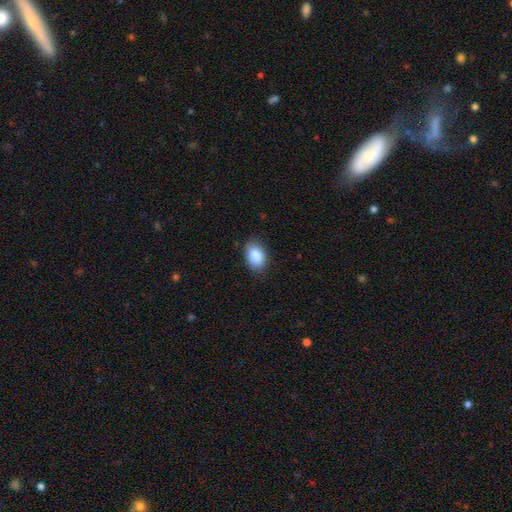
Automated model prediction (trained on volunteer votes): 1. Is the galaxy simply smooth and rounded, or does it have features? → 88% smooth, 7% star or artifact, 5% featured or disk.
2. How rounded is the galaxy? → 85% in between, 13% round, 1% cigar-shaped.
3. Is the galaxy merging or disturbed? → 79% none, 17% minor disturbance, 3% major disturbance, 1% merger.